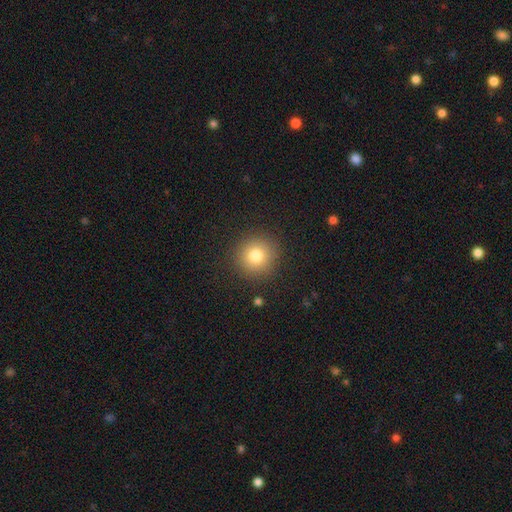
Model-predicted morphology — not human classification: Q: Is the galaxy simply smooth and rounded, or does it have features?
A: smooth — 79%.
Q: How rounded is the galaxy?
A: round — 92%.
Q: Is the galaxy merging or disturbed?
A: none — 89%.